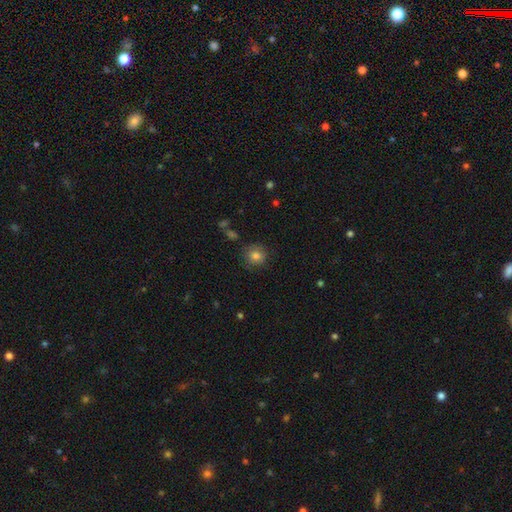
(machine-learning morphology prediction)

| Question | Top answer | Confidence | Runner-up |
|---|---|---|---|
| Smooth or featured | smooth | 82% | star or artifact (10%) |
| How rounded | round | 84% | in between (15%) |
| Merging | none | 80% | minor disturbance (14%) |